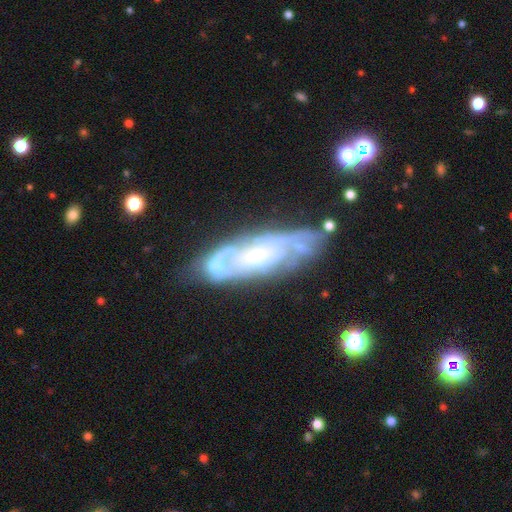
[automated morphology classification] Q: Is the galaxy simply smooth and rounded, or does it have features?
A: featured or disk — 80%.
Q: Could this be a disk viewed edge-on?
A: no — 82%.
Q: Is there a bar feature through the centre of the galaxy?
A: no — 64%.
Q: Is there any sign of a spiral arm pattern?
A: yes — 86%.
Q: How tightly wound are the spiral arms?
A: tight — 61%.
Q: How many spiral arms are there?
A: can't tell — 51%.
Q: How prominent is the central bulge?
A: small — 59%.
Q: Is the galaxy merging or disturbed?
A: none — 64%.